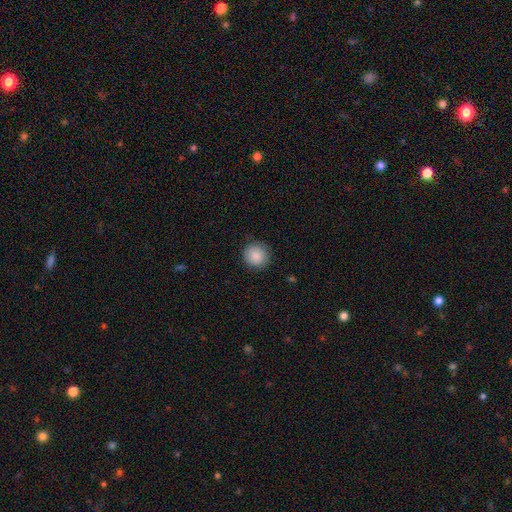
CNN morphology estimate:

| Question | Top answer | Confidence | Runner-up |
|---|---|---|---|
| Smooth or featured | smooth | 88% | star or artifact (8%) |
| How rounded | round | 94% | in between (5%) |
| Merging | none | 88% | minor disturbance (9%) |